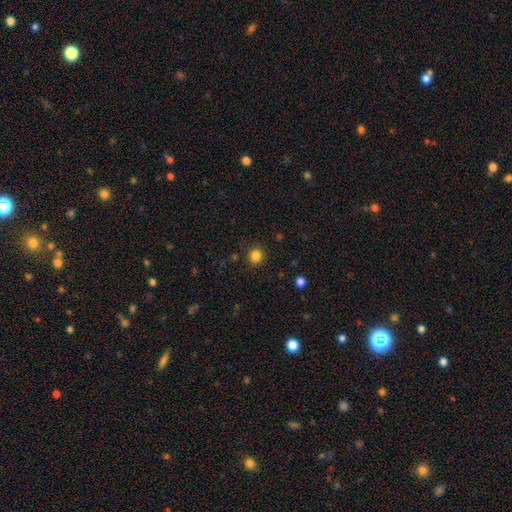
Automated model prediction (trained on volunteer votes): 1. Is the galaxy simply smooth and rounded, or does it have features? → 84% smooth, 13% star or artifact, 4% featured or disk.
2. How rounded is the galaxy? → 92% round, 7% in between, 1% cigar-shaped.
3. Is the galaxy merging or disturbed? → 90% none, 6% minor disturbance, 2% major disturbance, 1% merger.